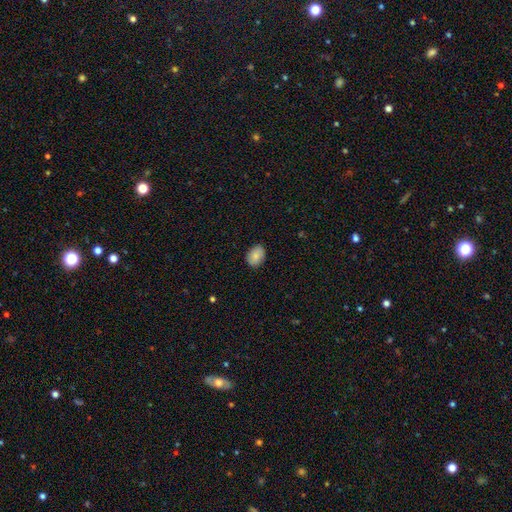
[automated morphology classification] Smooth or featured: smooth — 86% (star or artifact — 7%)
How rounded: in between — 72% (round — 27%)
Merging: none — 87% (minor disturbance — 10%)